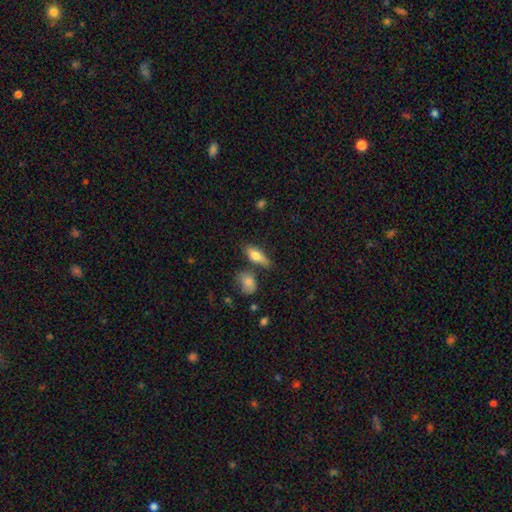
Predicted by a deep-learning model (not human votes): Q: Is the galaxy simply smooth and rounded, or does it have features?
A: smooth — 67%.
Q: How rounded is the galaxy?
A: in between — 64%.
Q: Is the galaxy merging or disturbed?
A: none — 61%.